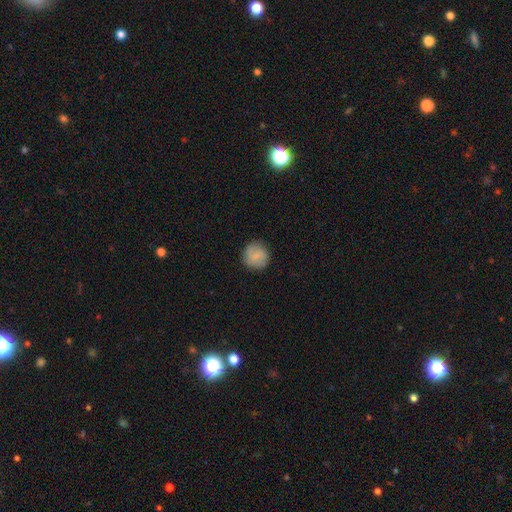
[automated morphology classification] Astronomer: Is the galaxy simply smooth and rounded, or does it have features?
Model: smooth — 78%.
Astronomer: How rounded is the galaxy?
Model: round — 93%.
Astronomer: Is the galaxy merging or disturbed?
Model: none — 86%.